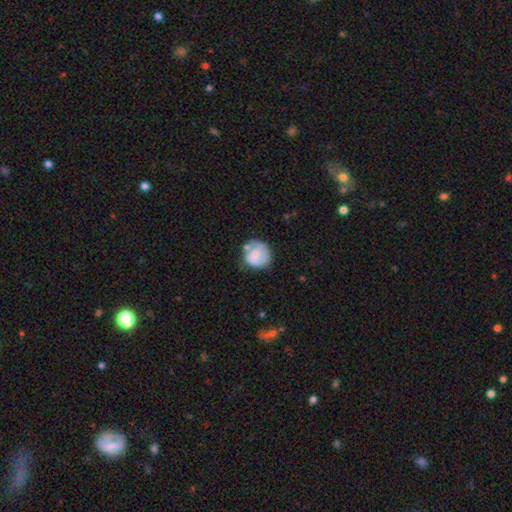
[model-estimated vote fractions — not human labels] Morphology: type=smooth (61%); roundness=round (84%); merging=none (54%).